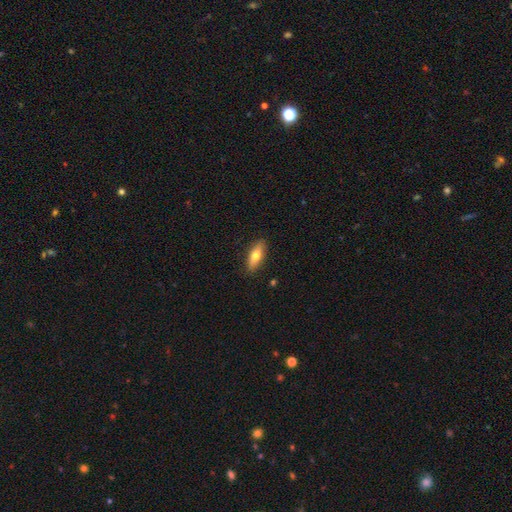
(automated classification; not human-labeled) A smooth galaxy with no disk features (69%) that is in between round and cigar-shaped (65%).

Vote fractions:
- Smooth or featured? smooth: 69% / featured or disk: 25% / star or artifact: 6%
- How rounded? in between: 65% / cigar-shaped: 32% / round: 3%
- Merging? none: 87% / minor disturbance: 10% / major disturbance: 2% / merger: 1%